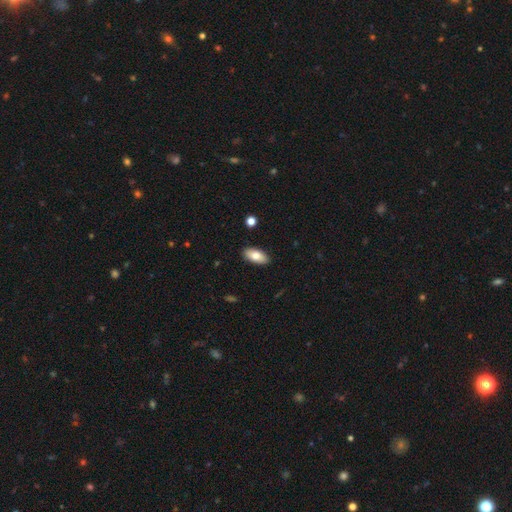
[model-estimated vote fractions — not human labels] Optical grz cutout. It shows a smooth galaxy with no disk features (78%) that is in between round and cigar-shaped (91%). Merging: none (89%).